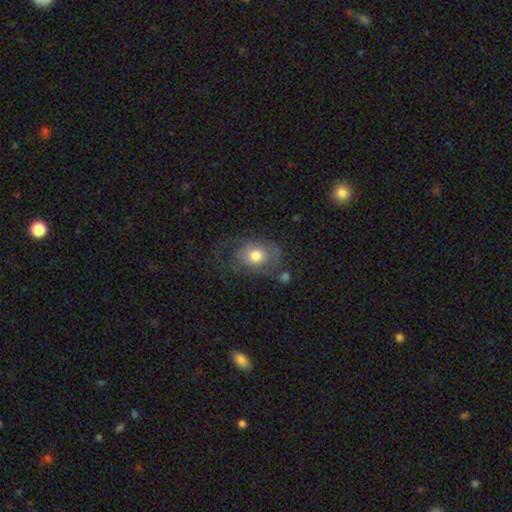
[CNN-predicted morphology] The model was most divided on "merging": none: 46%, minor disturbance: 25%, major disturbance: 24%, merger: 4%. More confident: how rounded — in between (62%); smooth or featured — smooth (59%).